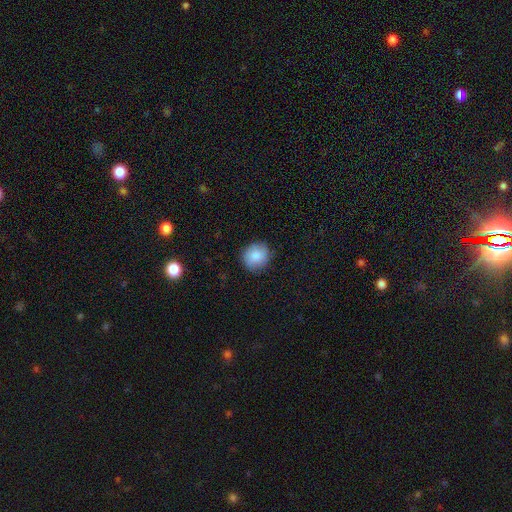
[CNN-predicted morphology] This appears to be a smooth galaxy with no disk features (85%) that is round (87%). Merging: none (86%).